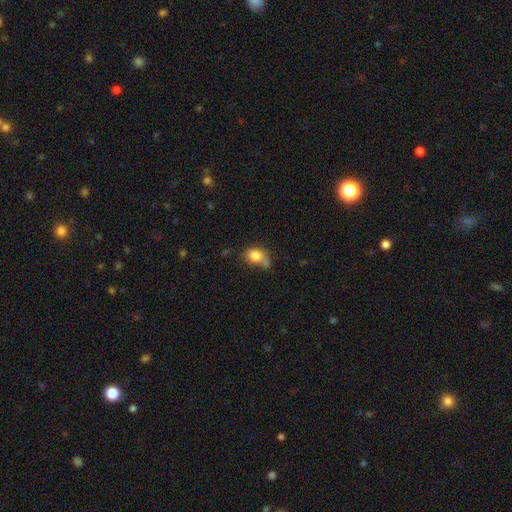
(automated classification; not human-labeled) smooth_or_featured: smooth (p=0.81) [alt: star or artifact p=0.09]
how_rounded: in between (p=0.55) [alt: round p=0.44]
merging: none (p=0.40) [alt: minor disturbance p=0.25]